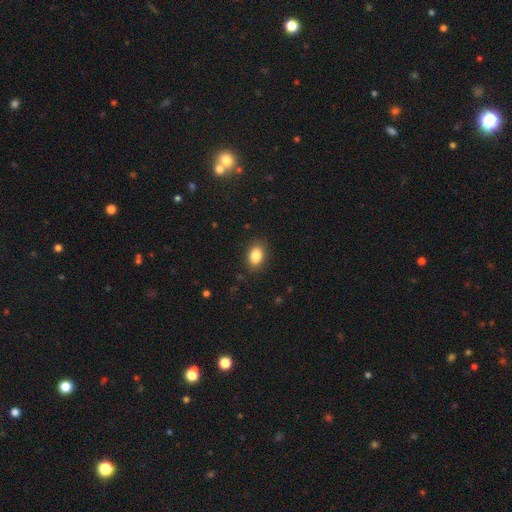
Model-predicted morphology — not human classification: smooth-or-featured: smooth: 85% | star or artifact: 8% | featured or disk: 6%
  how-rounded: in between: 81% | round: 17% | cigar-shaped: 1%
  merging: none: 86% | minor disturbance: 10% | major disturbance: 3% | merger: 1%